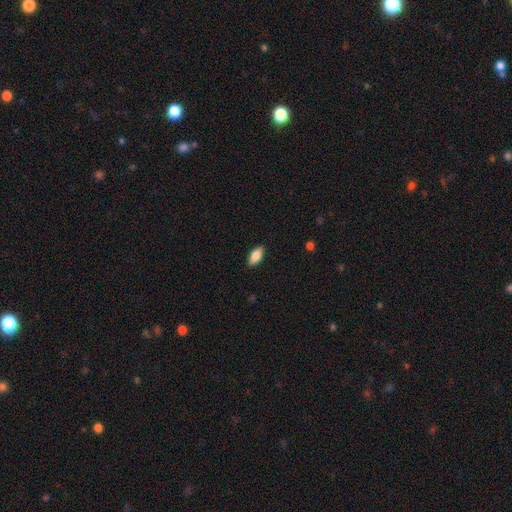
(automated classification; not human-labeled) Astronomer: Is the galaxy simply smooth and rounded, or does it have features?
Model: smooth — 83%.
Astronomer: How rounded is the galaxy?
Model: in between — 87%.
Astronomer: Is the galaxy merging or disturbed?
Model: none — 89%.